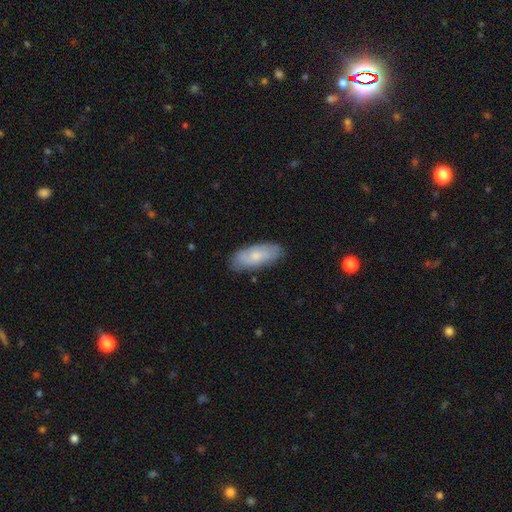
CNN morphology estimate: Smooth or featured? Predicted: smooth (p=0.66). How rounded? Predicted: in between (p=0.81). Merging? Predicted: none (p=0.81).